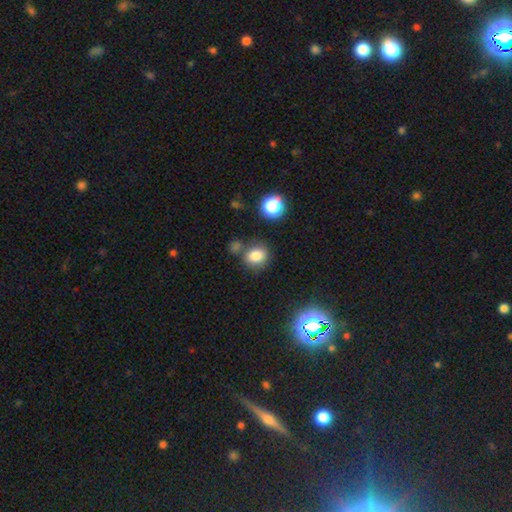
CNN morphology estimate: type=smooth (80%); roundness=round (67%); merging=none (68%).